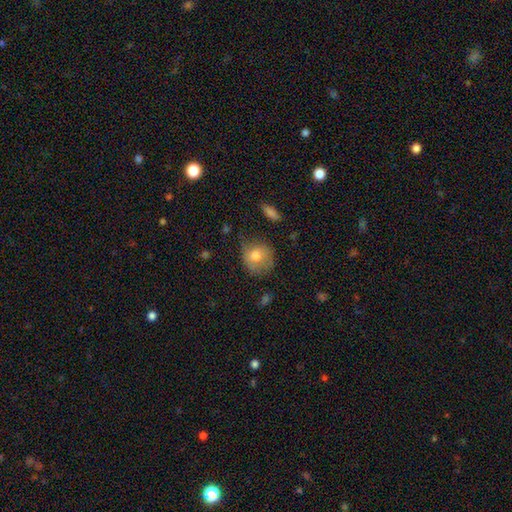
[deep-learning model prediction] This is likely a smooth galaxy (75%). How rounded: likely round (80%). Merging: possibly none (56%).